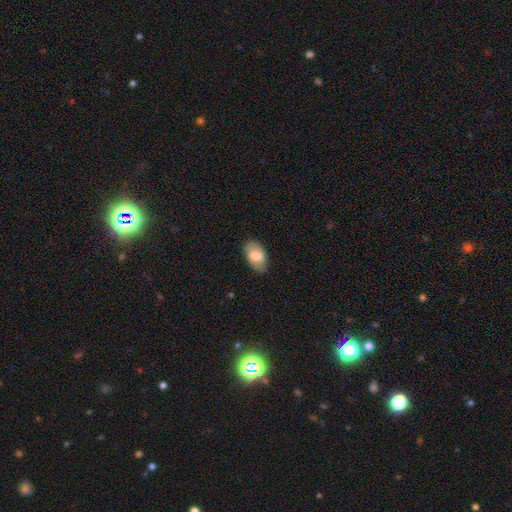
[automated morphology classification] smooth 66%, featured or disk 27%, star or artifact 6%. Down the decision tree: how rounded — in between (93%); merging — none (82%).